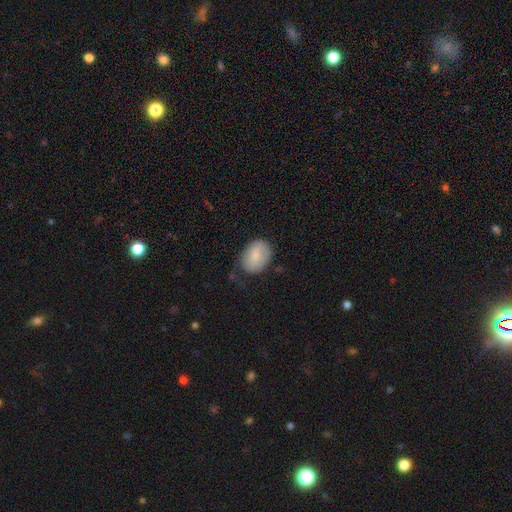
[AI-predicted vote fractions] This is clearly a smooth galaxy (83%). How rounded: likely in between (74%). Merging: likely none (61%).